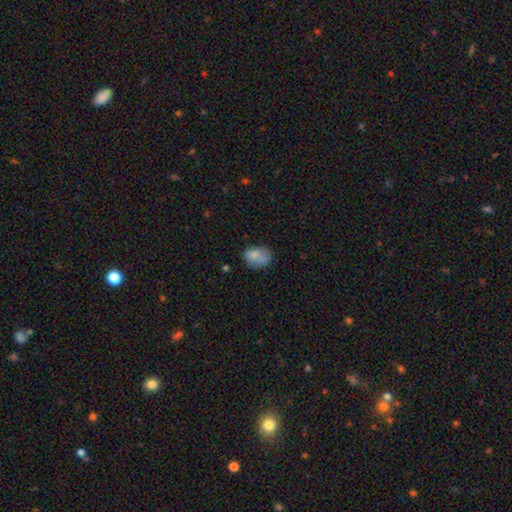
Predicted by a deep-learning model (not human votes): Smooth or featured?
  - smooth: 74% *
  - featured or disk: 16%
  - star or artifact: 10%
How rounded?
  - in between: 68% *
  - round: 31%
  - cigar-shaped: 1%
Merging?
  - none: 49% *
  - minor disturbance: 28%
  - major disturbance: 14%
  - merger: 9%